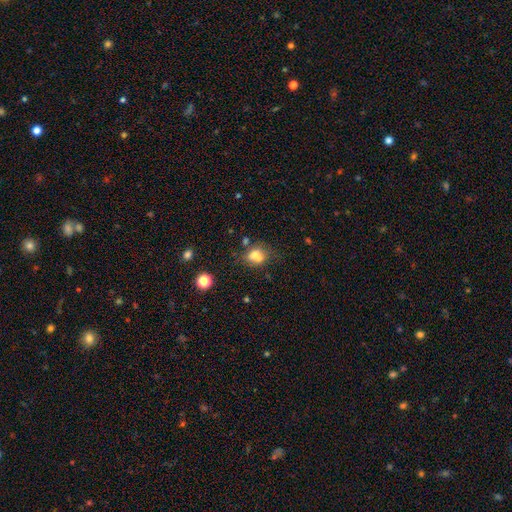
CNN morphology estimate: Smooth or featured?
  - smooth: 67% *
  - featured or disk: 19%
  - star or artifact: 14%
How rounded?
  - round: 61% *
  - in between: 38%
  - cigar-shaped: 1%
Merging?
  - merger: 47% *
  - none: 37%
  - minor disturbance: 11%
  - major disturbance: 5%